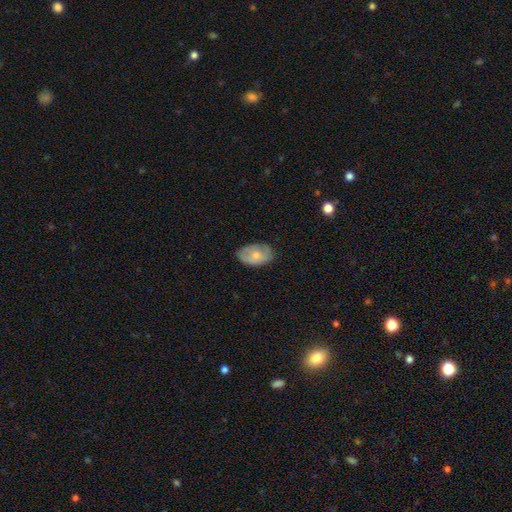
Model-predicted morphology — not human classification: The model was most divided on "smooth or featured": smooth: 63%, featured or disk: 30%, star or artifact: 7%. More confident: how rounded — in between (89%); merging — none (70%).